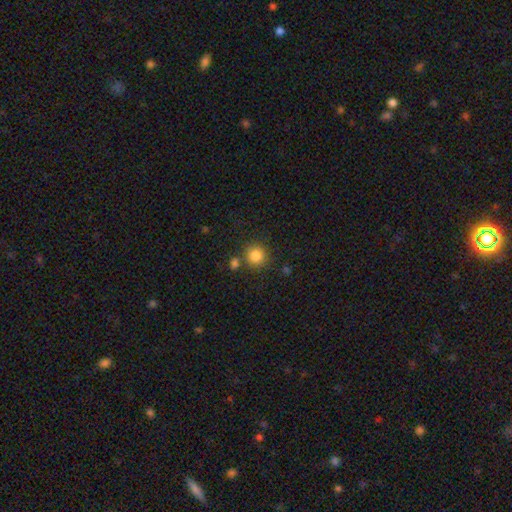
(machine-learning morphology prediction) Overall: smooth (84%). How rounded: round (92%). Merging: none (79%).